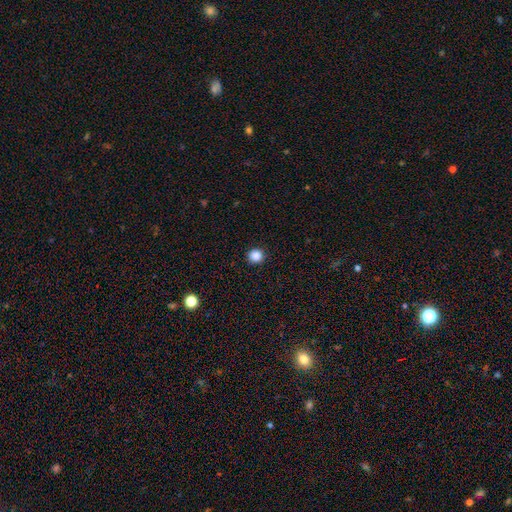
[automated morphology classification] type=smooth (86%); roundness=round (93%); merging=none (92%).